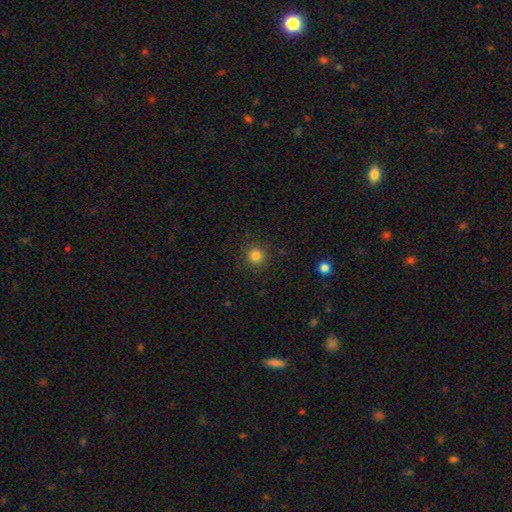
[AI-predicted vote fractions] Smooth or featured? Predicted: smooth (p=0.82). How rounded? Predicted: round (p=0.94). Merging? Predicted: none (p=0.90).